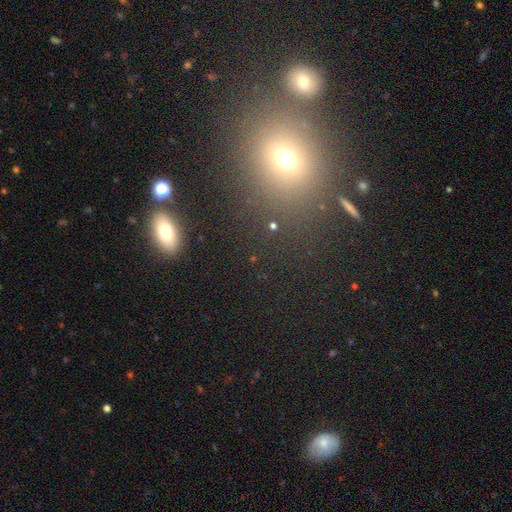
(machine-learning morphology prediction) smooth_or_featured: smooth (p=0.53) [alt: star or artifact p=0.34]
how_rounded: round (p=0.57) [alt: in between p=0.39]
merging: none (p=0.76) [alt: minor disturbance p=0.11]